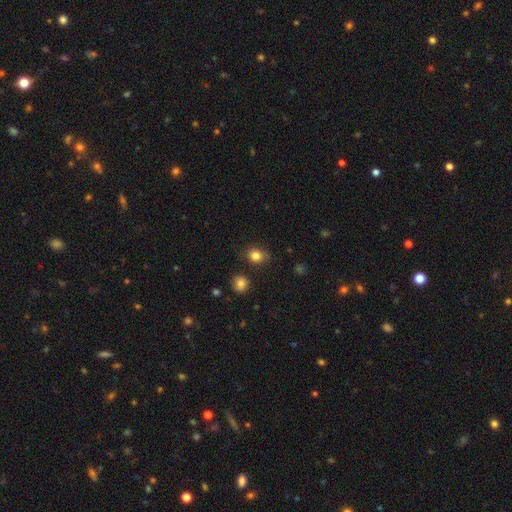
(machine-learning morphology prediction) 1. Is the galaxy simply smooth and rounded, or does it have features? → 83% smooth, 11% star or artifact, 6% featured or disk.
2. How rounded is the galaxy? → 62% round, 37% in between, 1% cigar-shaped.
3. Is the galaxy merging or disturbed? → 79% none, 15% minor disturbance, 3% major disturbance, 3% merger.